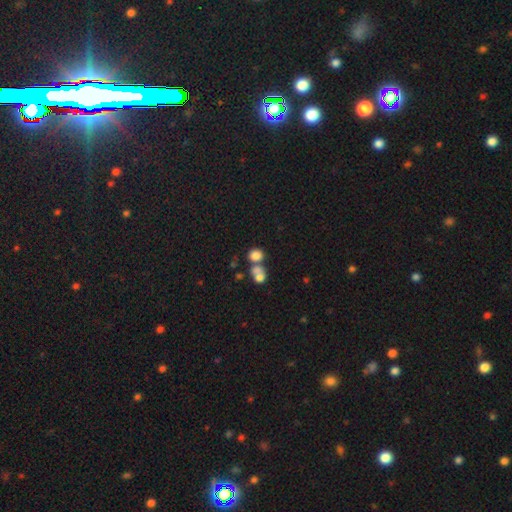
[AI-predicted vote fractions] Overall: smooth (79%). How rounded: round (66%; in between 33%). Merging: merger (46%; none 40%).